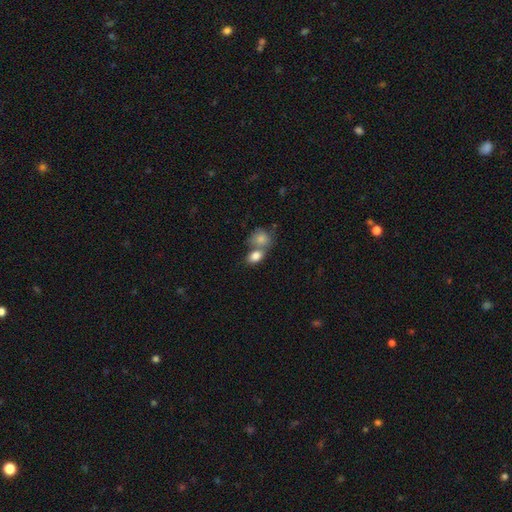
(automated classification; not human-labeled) Smooth or featured: smooth — 83% (featured or disk — 9%)
How rounded: in between — 76% (round — 22%)
Merging: merger — 51% (none — 35%)